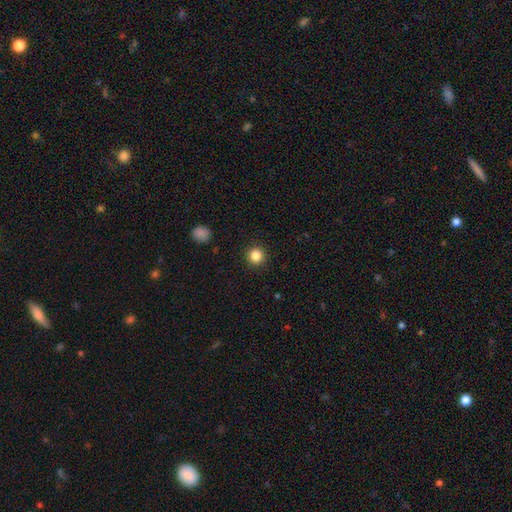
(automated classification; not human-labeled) Smooth or featured? smooth (85%)
How rounded? round (95%)
Merging? none (92%)